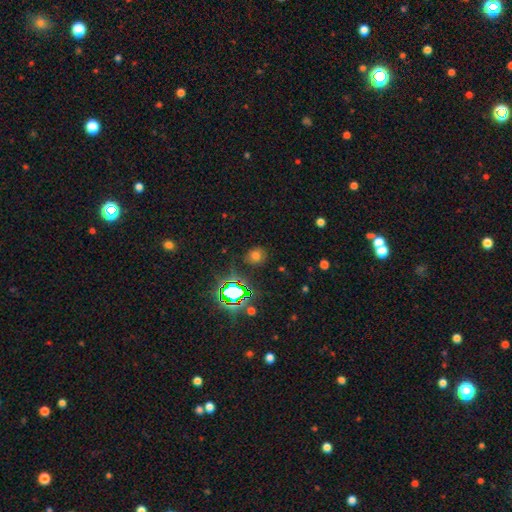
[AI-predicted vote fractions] Smooth or featured: smooth — 63% (star or artifact — 30%)
How rounded: round — 75% (in between — 24%)
Merging: none — 81% (minor disturbance — 12%)